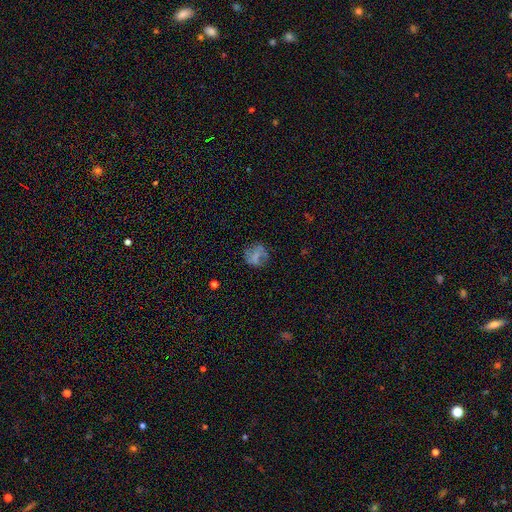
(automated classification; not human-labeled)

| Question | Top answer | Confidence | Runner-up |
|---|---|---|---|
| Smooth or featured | smooth | 56% | featured or disk (32%) |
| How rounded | round | 77% | in between (22%) |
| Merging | none | 61% | minor disturbance (21%) |